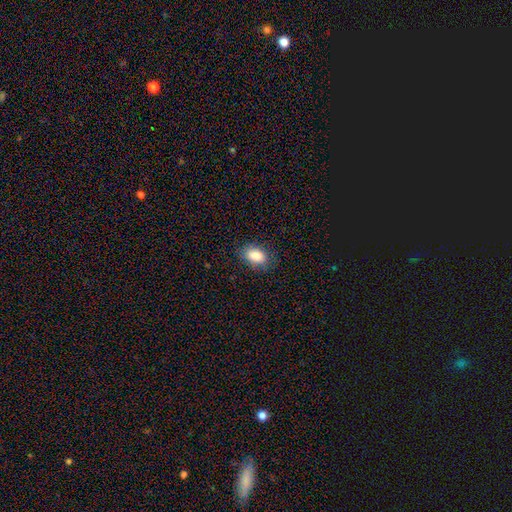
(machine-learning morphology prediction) smooth-or-featured: smooth: 87% | star or artifact: 8% | featured or disk: 5%
  how-rounded: in between: 89% | round: 10% | cigar-shaped: 2%
  merging: none: 82% | minor disturbance: 14% | major disturbance: 3% | merger: 1%